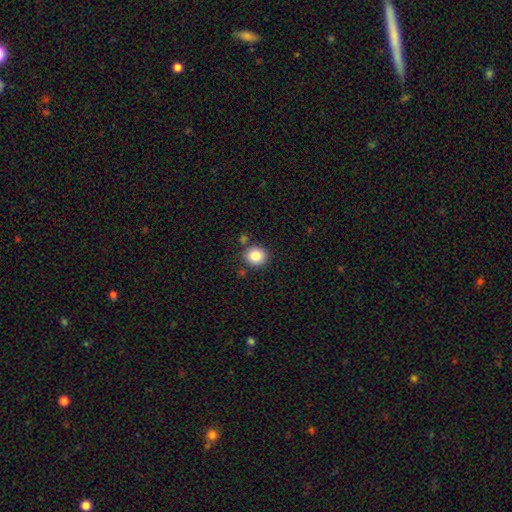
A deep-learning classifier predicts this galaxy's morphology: Q: Smooth or featured?
A: smooth (84%); runner-up: star or artifact (10%)
Q: How rounded?
A: round (85%); runner-up: in between (14%)
Q: Merging?
A: none (83%); runner-up: minor disturbance (8%)